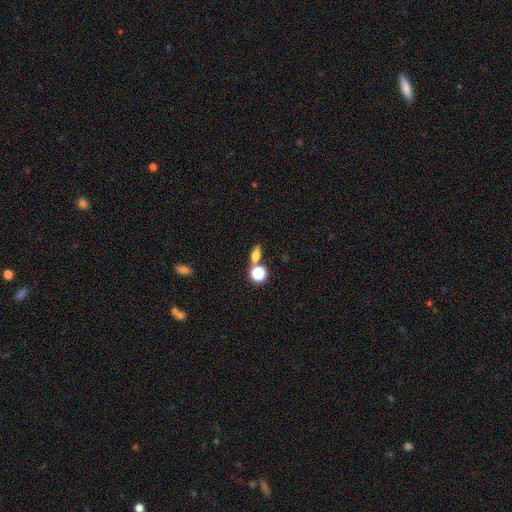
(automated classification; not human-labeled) Smooth or featured: smooth — 62% (star or artifact — 19%)
How rounded: in between — 57% (round — 25%)
Merging: none — 66% (merger — 19%)